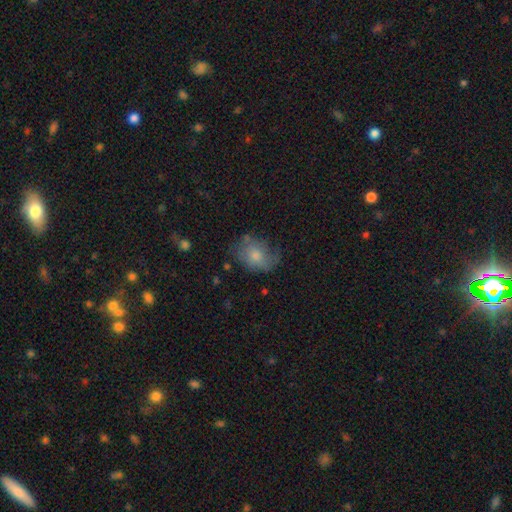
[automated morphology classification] This appears to be a smooth galaxy with no disk features (72%) that is in between round and cigar-shaped (63%). Merging: none (54%).